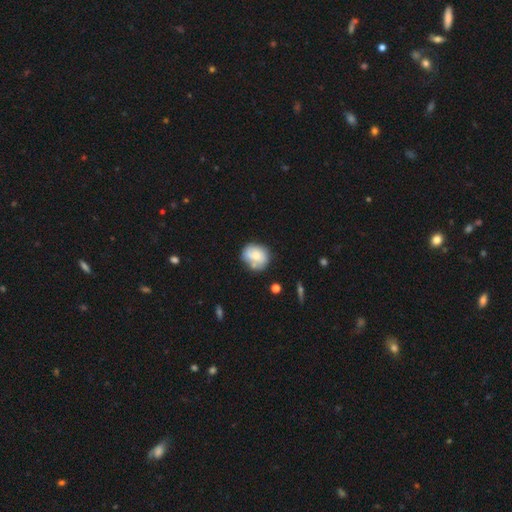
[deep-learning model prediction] Morphology: type=smooth (64%); roundness=round (61%); merging=none (52%).